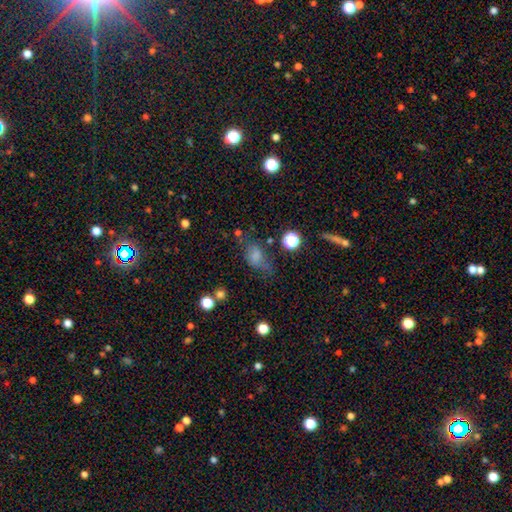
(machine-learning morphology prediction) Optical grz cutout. It shows a smooth galaxy with no disk features (69%) that is in between round and cigar-shaped (77%). Merging: none (49%).